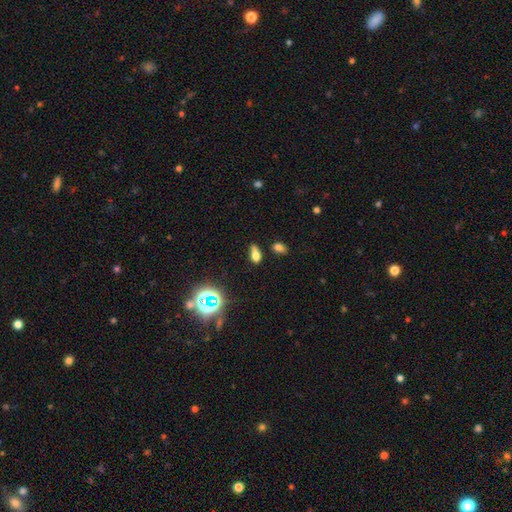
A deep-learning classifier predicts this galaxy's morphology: Smooth or featured: smooth — 67% (star or artifact — 19%)
How rounded: in between — 80% (round — 12%)
Merging: none — 48% (minor disturbance — 24%)